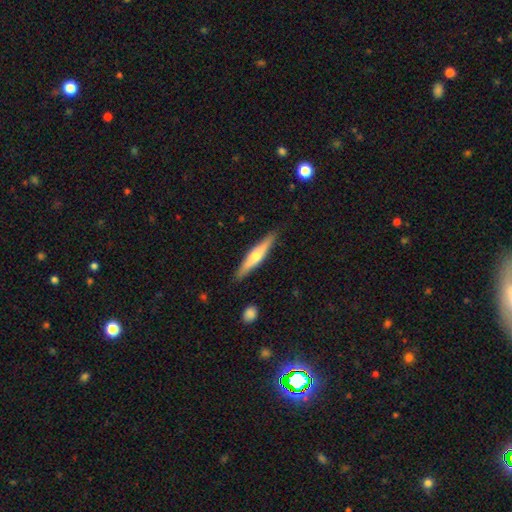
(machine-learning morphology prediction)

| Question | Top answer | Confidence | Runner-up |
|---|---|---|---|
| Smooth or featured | featured or disk | 53% | smooth (42%) |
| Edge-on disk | yes | 95% | no (5%) |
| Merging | none | 89% | minor disturbance (8%) |